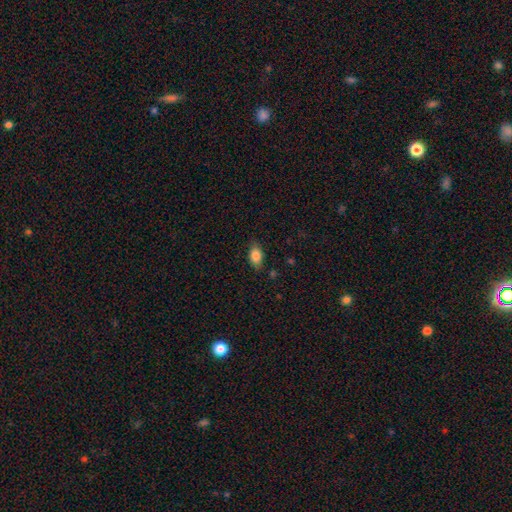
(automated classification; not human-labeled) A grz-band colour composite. It shows a smooth galaxy with no disk features (84%) that is in between round and cigar-shaped (88%). Merging: none (81%).